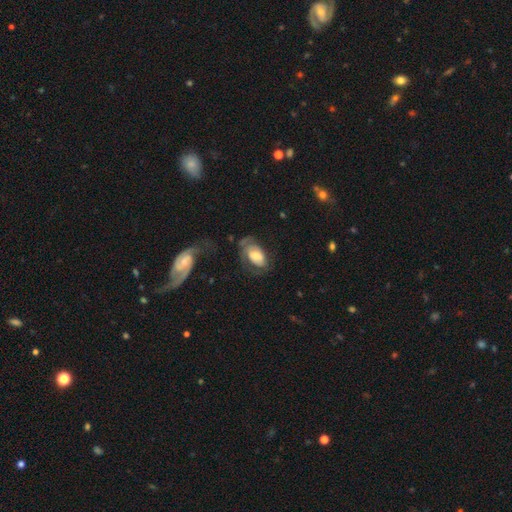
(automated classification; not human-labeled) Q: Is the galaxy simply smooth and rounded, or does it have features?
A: featured or disk — 50%.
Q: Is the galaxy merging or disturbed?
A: none — 40%.